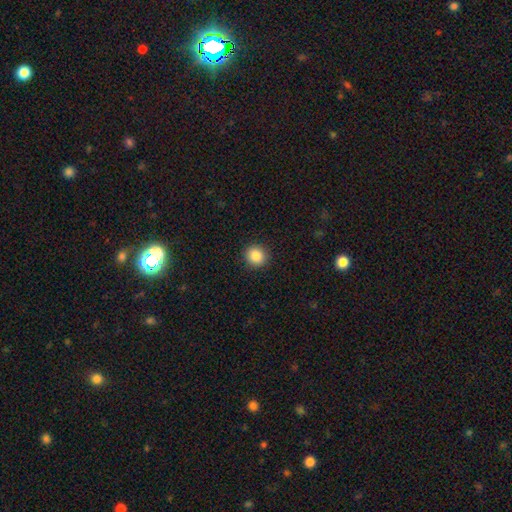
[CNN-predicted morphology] The model was most divided on "smooth or featured": smooth: 86%, star or artifact: 9%, featured or disk: 4%. More confident: merging — none (92%); how rounded — round (91%).